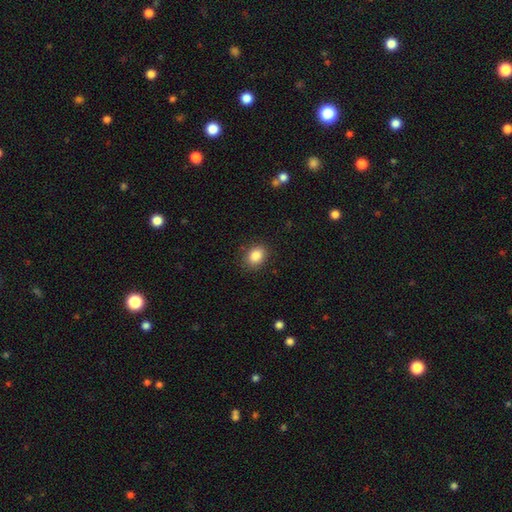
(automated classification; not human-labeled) Overall: smooth (86%). How rounded: in between (59%; round 40%). Merging: none (86%).